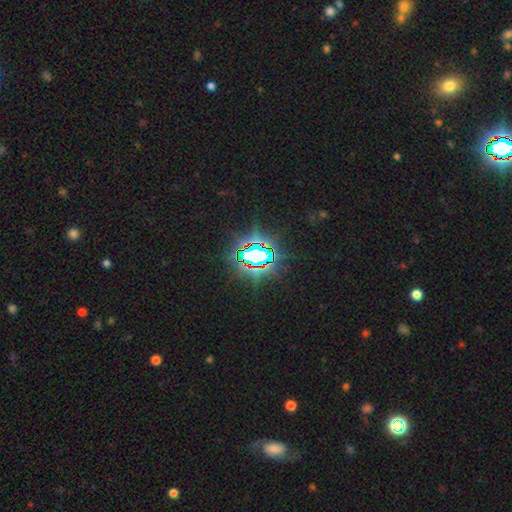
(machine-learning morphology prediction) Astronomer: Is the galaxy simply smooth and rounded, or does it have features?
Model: star or artifact — 77%.